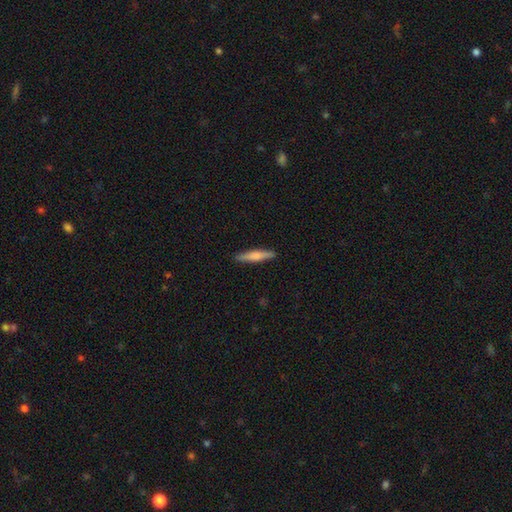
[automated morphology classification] type=smooth (62%); roundness=cigar-shaped (89%); merging=none (90%).